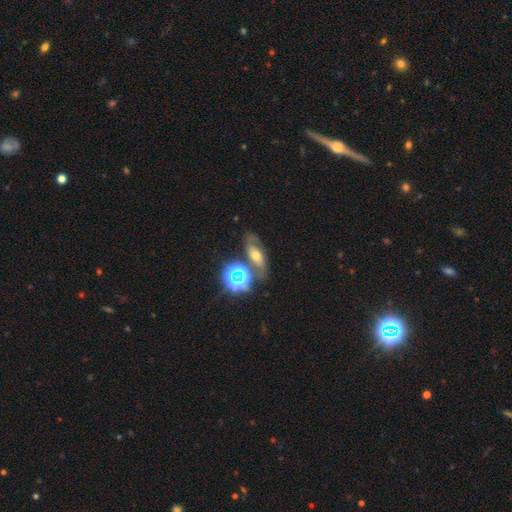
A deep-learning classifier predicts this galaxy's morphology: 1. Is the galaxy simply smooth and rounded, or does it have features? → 39% featured or disk, 33% smooth, 28% star or artifact.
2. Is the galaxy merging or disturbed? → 61% none, 17% minor disturbance, 14% merger, 8% major disturbance.